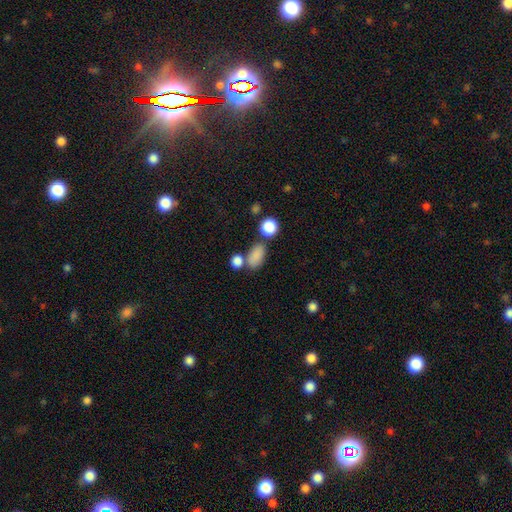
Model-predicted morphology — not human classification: smooth_or_featured: smooth (p=0.84) [alt: star or artifact p=0.10]
how_rounded: in between (p=0.86) [alt: round p=0.11]
merging: none (p=0.60) [alt: merger p=0.21]